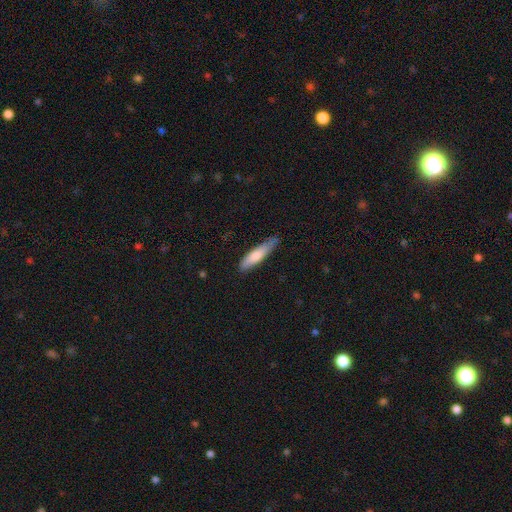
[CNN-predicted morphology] A smooth galaxy with no disk features (75%) that is cigar-shaped (75%). Merging: none (71%).